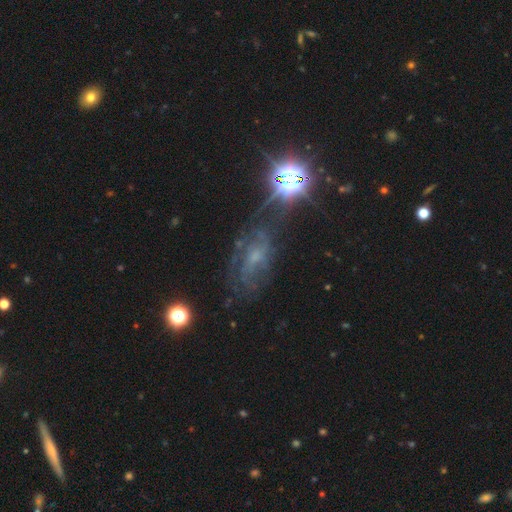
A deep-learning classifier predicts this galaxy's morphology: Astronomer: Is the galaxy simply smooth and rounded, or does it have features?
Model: featured or disk — 61%.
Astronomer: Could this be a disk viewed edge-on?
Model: no — 94%.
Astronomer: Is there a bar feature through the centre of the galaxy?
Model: no — 60%.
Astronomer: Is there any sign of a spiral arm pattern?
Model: yes — 78%.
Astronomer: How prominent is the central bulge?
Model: small — 55%.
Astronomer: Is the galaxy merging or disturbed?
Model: none — 58%.